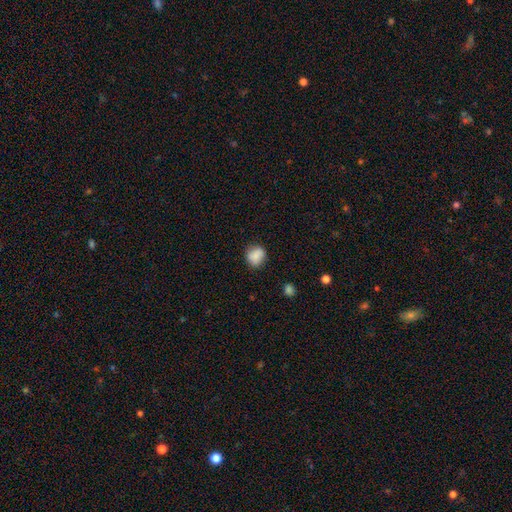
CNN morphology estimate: Smooth or featured?
  - smooth: 83% *
  - star or artifact: 9%
  - featured or disk: 8%
How rounded?
  - round: 71% *
  - in between: 28%
  - cigar-shaped: 1%
Merging?
  - none: 75% *
  - minor disturbance: 19%
  - major disturbance: 4%
  - merger: 2%